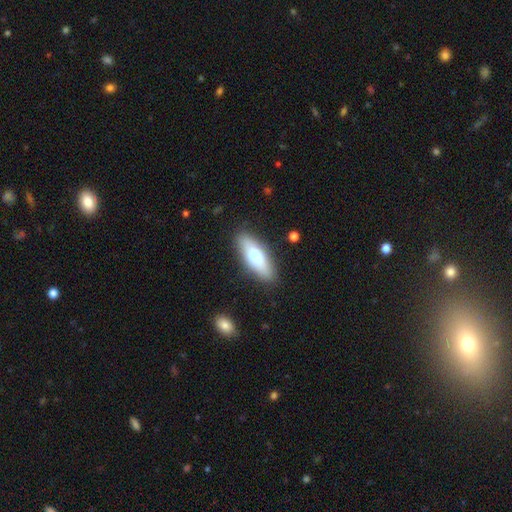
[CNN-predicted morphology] Q: Smooth or featured?
A: smooth (66%); runner-up: featured or disk (28%)
Q: How rounded?
A: in between (63%); runner-up: cigar-shaped (35%)
Q: Merging?
A: none (87%); runner-up: minor disturbance (9%)